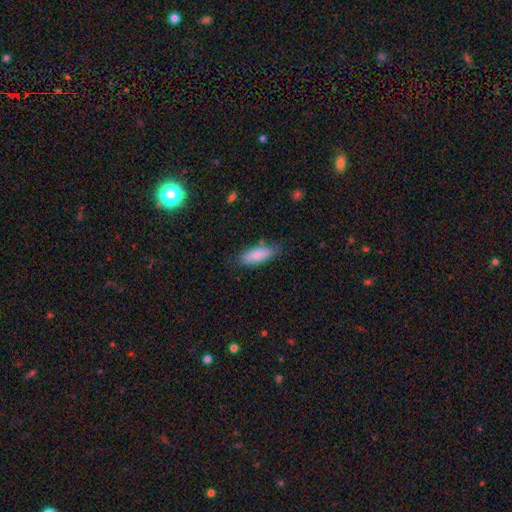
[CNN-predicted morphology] smooth_or_featured: smooth (p=0.84) [alt: featured or disk p=0.10]
how_rounded: in between (p=0.75) [alt: cigar-shaped p=0.23]
merging: none (p=0.75) [alt: minor disturbance p=0.19]